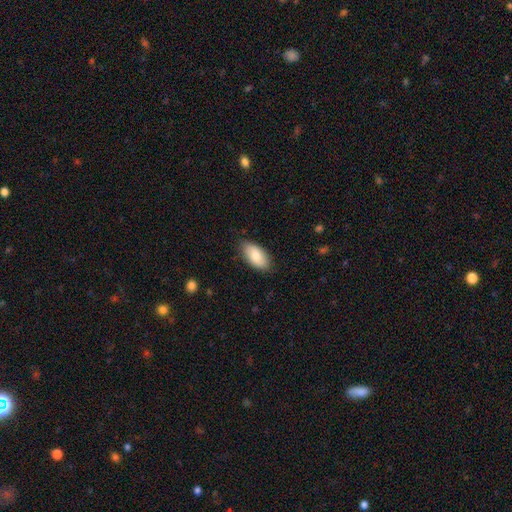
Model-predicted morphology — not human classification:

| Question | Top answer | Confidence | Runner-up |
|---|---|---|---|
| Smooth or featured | smooth | 79% | featured or disk (15%) |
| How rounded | in between | 94% | round (3%) |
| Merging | none | 83% | minor disturbance (14%) |